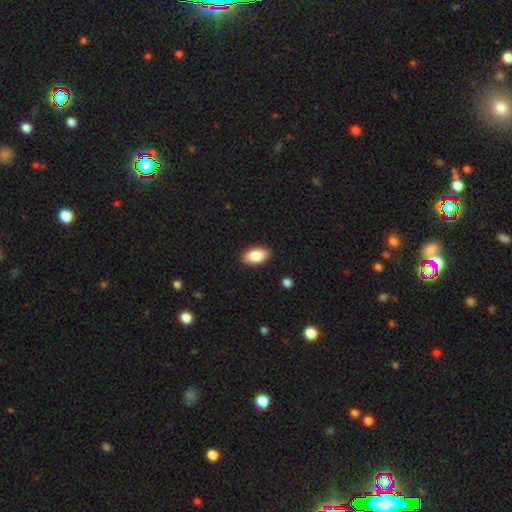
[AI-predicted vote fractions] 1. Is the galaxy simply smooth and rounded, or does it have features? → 86% smooth, 7% featured or disk, 7% star or artifact.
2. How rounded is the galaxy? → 93% in between, 4% round, 3% cigar-shaped.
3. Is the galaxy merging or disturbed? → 88% none, 9% minor disturbance, 2% major disturbance, 1% merger.